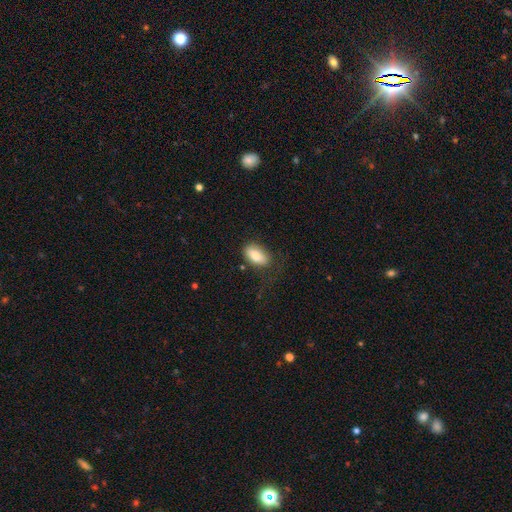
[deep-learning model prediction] This appears to be a smooth galaxy with no disk features (83%) that is in between round and cigar-shaped (92%). Merging: none (65%).